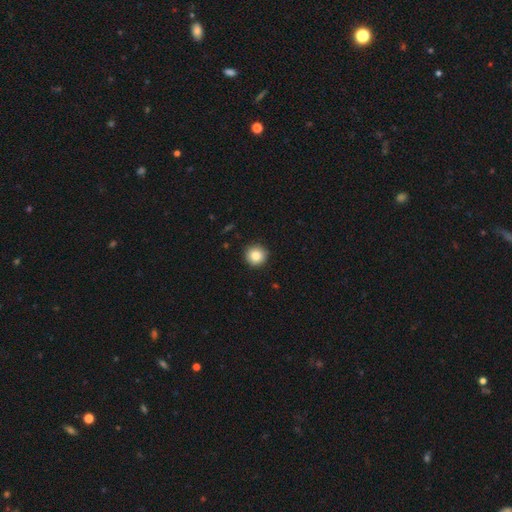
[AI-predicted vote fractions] Smooth or featured?
  - smooth: 85% *
  - star or artifact: 9%
  - featured or disk: 6%
How rounded?
  - round: 96% *
  - in between: 3%
  - cigar-shaped: 1%
Merging?
  - none: 92% *
  - minor disturbance: 5%
  - major disturbance: 1%
  - merger: 1%